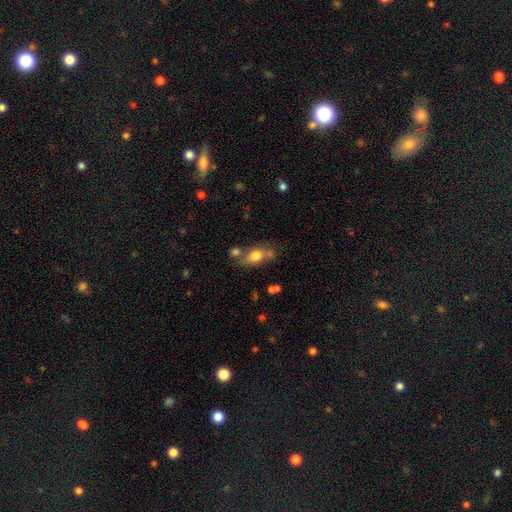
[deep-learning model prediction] smooth-or-featured: smooth: 70% | featured or disk: 22% | star or artifact: 8%
  how-rounded: in between: 79% | round: 13% | cigar-shaped: 8%
  merging: none: 54% | merger: 21% | minor disturbance: 18% | major disturbance: 7%